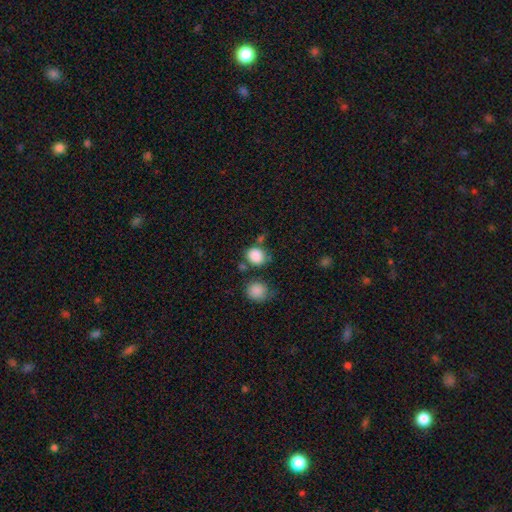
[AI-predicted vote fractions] Q: Smooth or featured?
A: smooth (86%); runner-up: star or artifact (10%)
Q: How rounded?
A: round (69%); runner-up: in between (30%)
Q: Merging?
A: none (65%); runner-up: minor disturbance (15%)